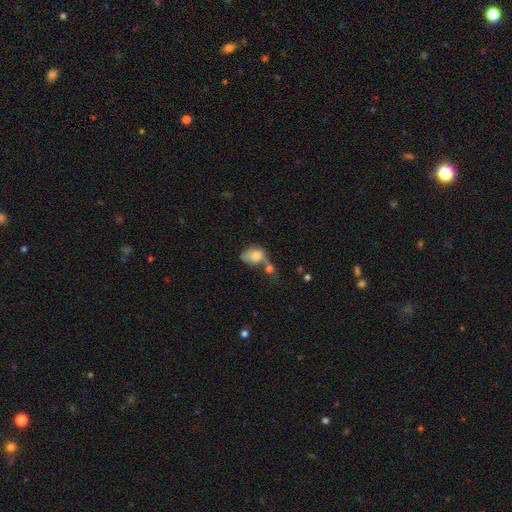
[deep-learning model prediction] Smooth or featured? Predicted: smooth (p=0.73). How rounded? Predicted: in between (p=0.73). Merging? Predicted: merger (p=0.47).